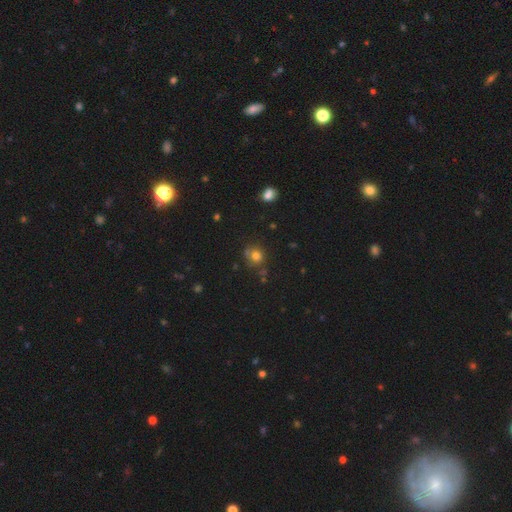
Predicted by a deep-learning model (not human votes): A smooth galaxy with no disk features (76%) that is round (84%). Merging: none (66%).